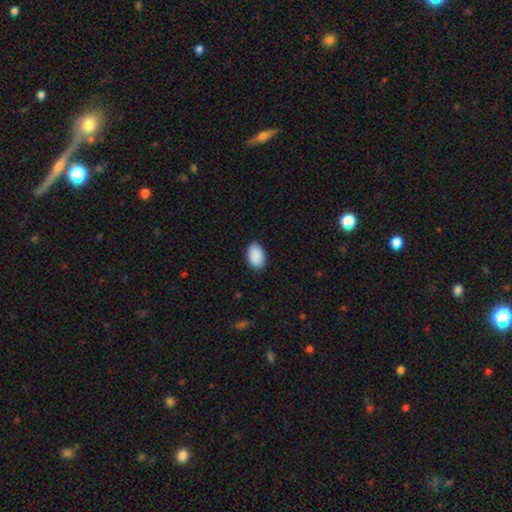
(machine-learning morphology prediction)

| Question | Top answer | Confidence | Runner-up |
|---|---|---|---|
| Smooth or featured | smooth | 91% | star or artifact (6%) |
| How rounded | in between | 92% | round (7%) |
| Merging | none | 86% | minor disturbance (11%) |